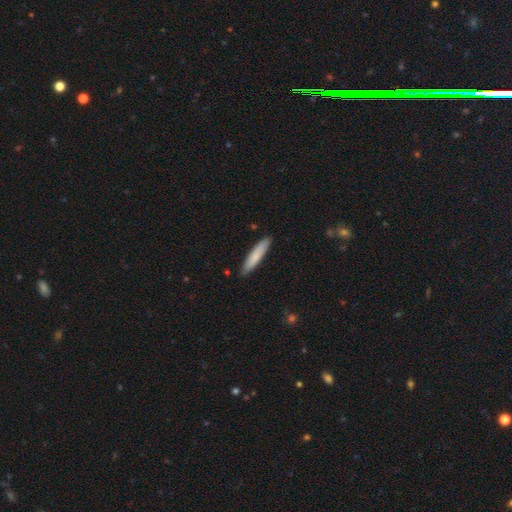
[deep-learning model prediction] Overall: smooth (78%). How rounded: cigar-shaped (88%). Merging: none (89%).